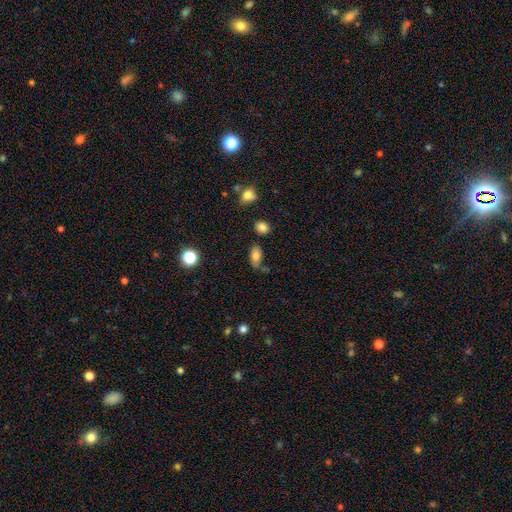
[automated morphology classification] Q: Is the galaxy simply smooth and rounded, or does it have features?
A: smooth — 80%.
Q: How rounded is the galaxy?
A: in between — 89%.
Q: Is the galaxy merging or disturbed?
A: none — 70%.